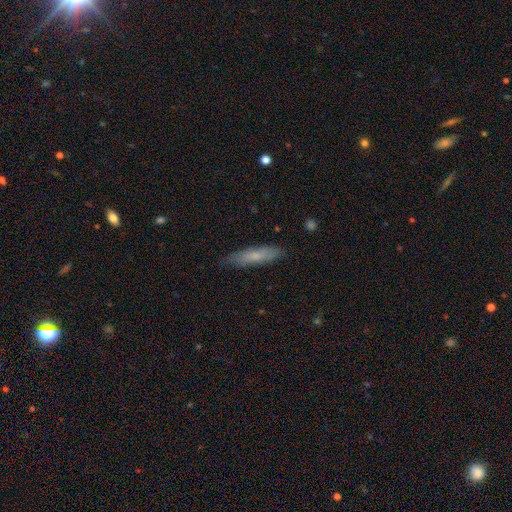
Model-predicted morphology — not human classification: Smooth or featured? Predicted: smooth (p=0.68). How rounded? Predicted: cigar-shaped (p=0.77). Merging? Predicted: none (p=0.80).